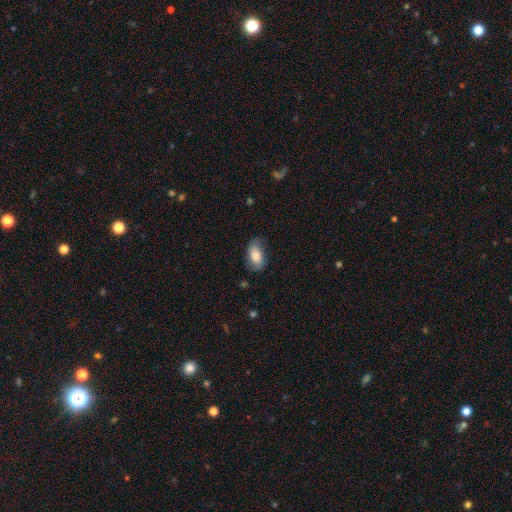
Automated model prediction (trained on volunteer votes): The model was most divided on "merging": none: 64%, minor disturbance: 26%, major disturbance: 8%, merger: 1%. More confident: how rounded — in between (92%); smooth or featured — smooth (78%).